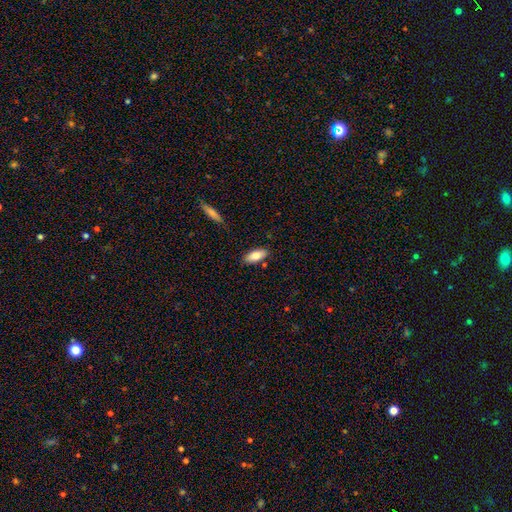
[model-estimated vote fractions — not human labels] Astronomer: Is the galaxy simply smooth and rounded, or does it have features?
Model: smooth — 76%.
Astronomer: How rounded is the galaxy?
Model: in between — 83%.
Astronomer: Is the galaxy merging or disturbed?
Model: none — 85%.